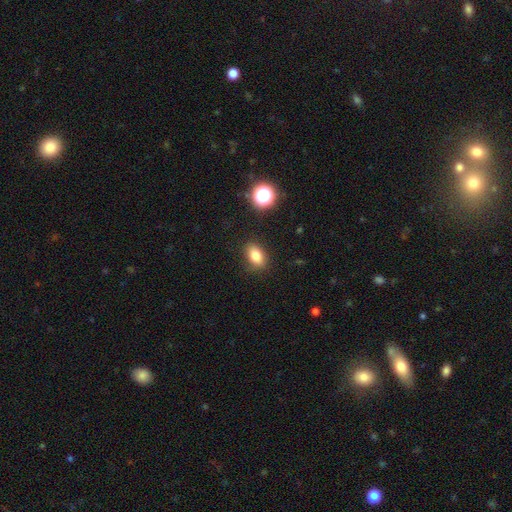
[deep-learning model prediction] This is clearly a smooth galaxy (81%). How rounded: clearly in between (82%). Merging: clearly none (87%).